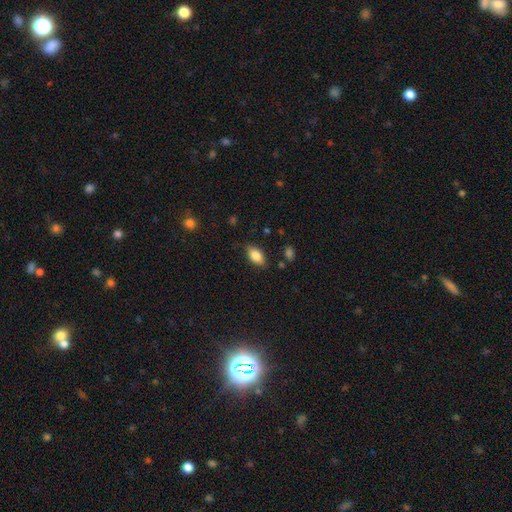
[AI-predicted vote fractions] smooth 80%, featured or disk 12%, star or artifact 8%. Down the decision tree: how rounded — in between (89%); merging — none (82%).